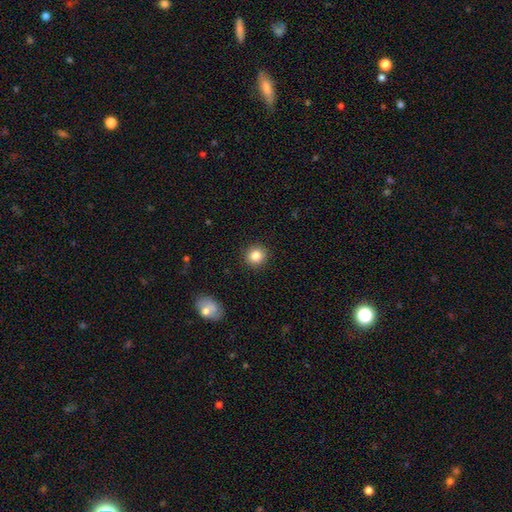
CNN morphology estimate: A smooth galaxy with no disk features (84%) that is round (92%). Merging: none (92%).